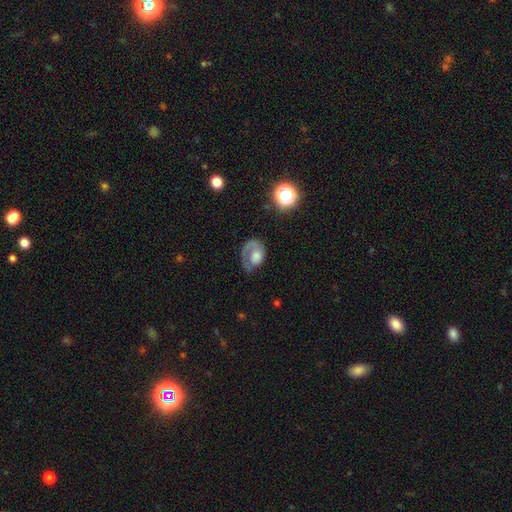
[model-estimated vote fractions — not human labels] The model was most divided on "bulge size": moderate: 32%, large: 26%, small: 20%, none: 18%, dominant: 5%. Remaining: edge-on disk — no (97%); bar — no (81%); spiral arms — yes (77%); smooth or featured — featured or disk (59%); merging — none (47%).